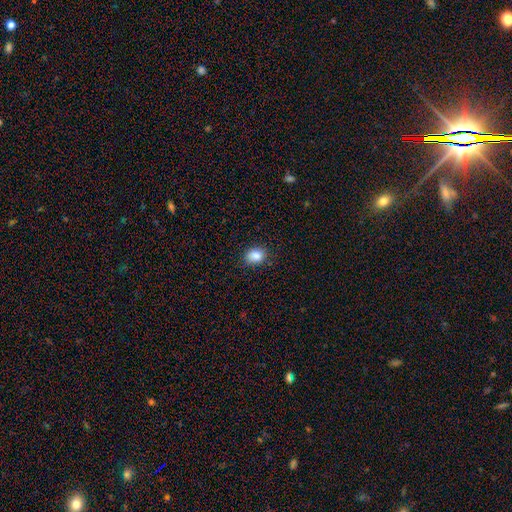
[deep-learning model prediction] Smooth or featured?
  - smooth: 85% *
  - star or artifact: 9%
  - featured or disk: 5%
How rounded?
  - in between: 61% *
  - round: 38%
  - cigar-shaped: 1%
Merging?
  - none: 82% *
  - minor disturbance: 14%
  - major disturbance: 3%
  - merger: 1%